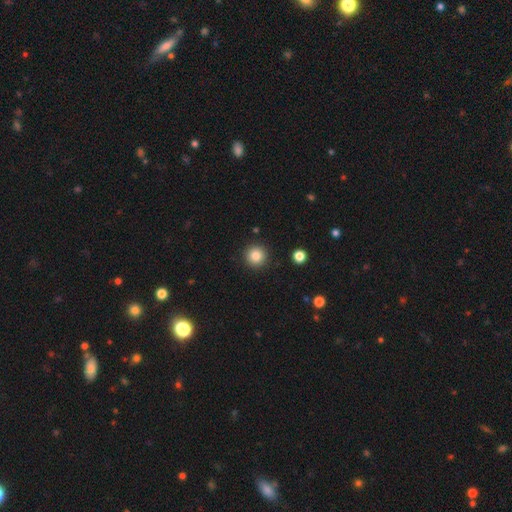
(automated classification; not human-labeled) smooth 85%, star or artifact 10%, featured or disk 5%. Down the decision tree: how rounded — round (95%); merging — none (91%).